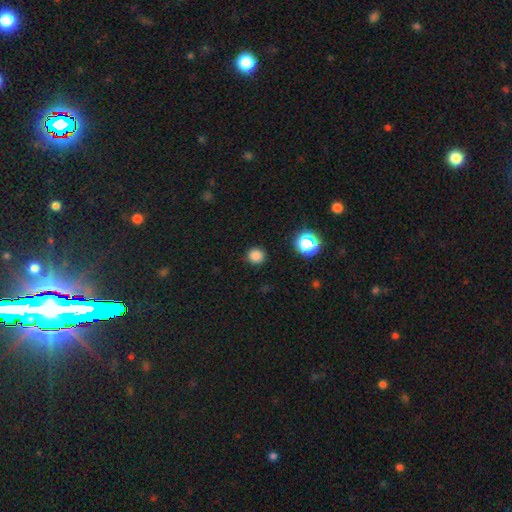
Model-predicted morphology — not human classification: This is clearly a smooth galaxy (82%). How rounded: clearly round (93%). Merging: clearly none (90%).